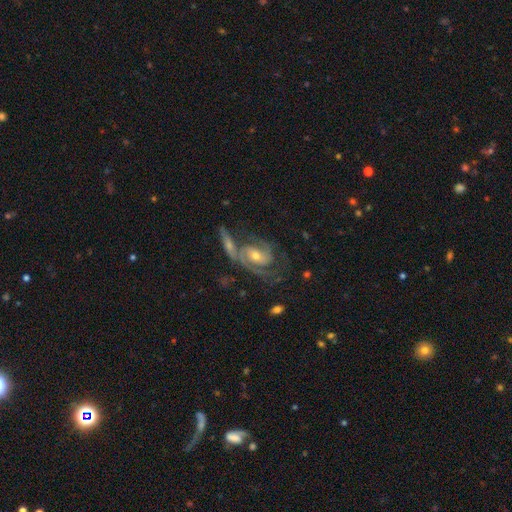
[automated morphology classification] The model was most divided on "spiral winding" (2-way tie): tight: 44%, medium: 44%, loose: 12%. Remaining: edge-on disk — no (96%); spiral arms — yes (95%); smooth or featured — featured or disk (86%); spiral arm count — 2 (67%); bar — no (53%); bulge size — moderate (53%); merging — none (38%).